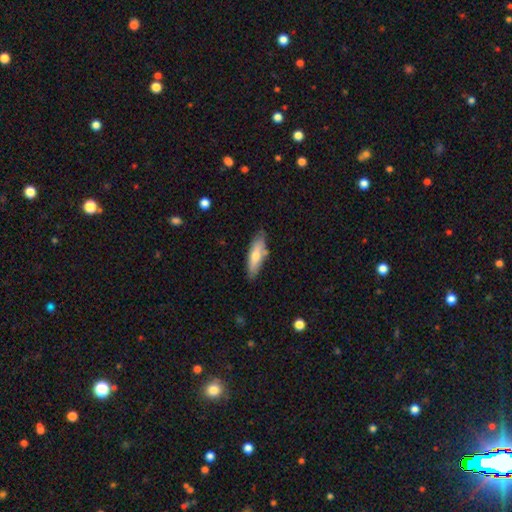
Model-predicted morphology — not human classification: Smooth or featured? Predicted: smooth (p=0.62). How rounded? Predicted: cigar-shaped (p=0.50). Merging? Predicted: none (p=0.73).